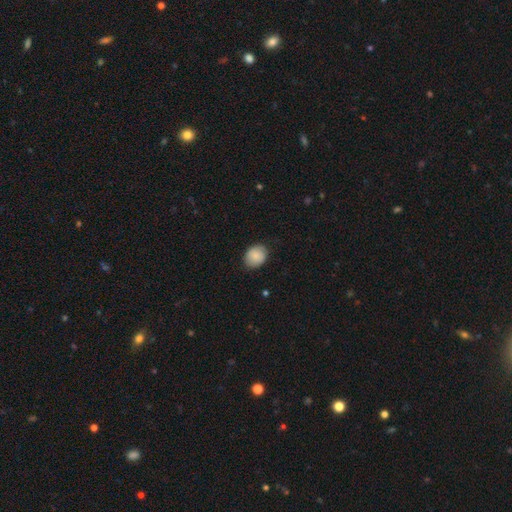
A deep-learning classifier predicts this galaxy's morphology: Smooth or featured?
  - smooth: 86% *
  - featured or disk: 7%
  - star or artifact: 7%
How rounded?
  - round: 55% *
  - in between: 45%
  - cigar-shaped: 1%
Merging?
  - none: 79% *
  - minor disturbance: 17%
  - major disturbance: 3%
  - merger: 1%